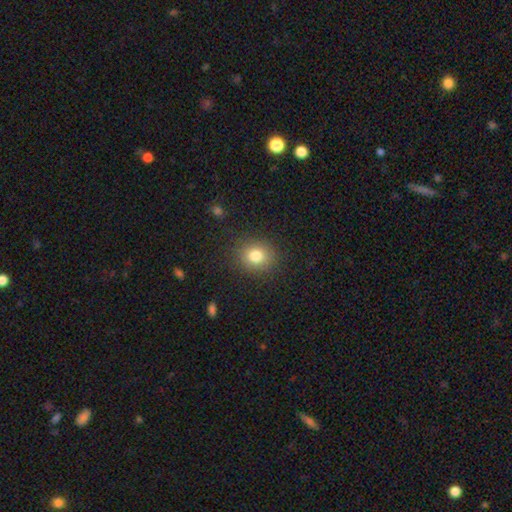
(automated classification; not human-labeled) A smooth galaxy with no disk features (80%) that is round (72%).

Vote fractions:
- Smooth or featured? smooth: 80% / star or artifact: 12% / featured or disk: 8%
- How rounded? round: 72% / in between: 27% / cigar-shaped: 1%
- Merging? none: 87% / minor disturbance: 9% / major disturbance: 3% / merger: 1%